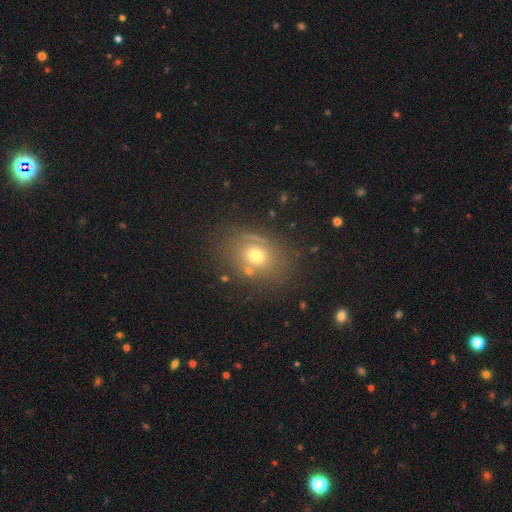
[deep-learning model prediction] Smooth or featured? smooth (63%)
How rounded? in between (54%)
Merging? none (74%)